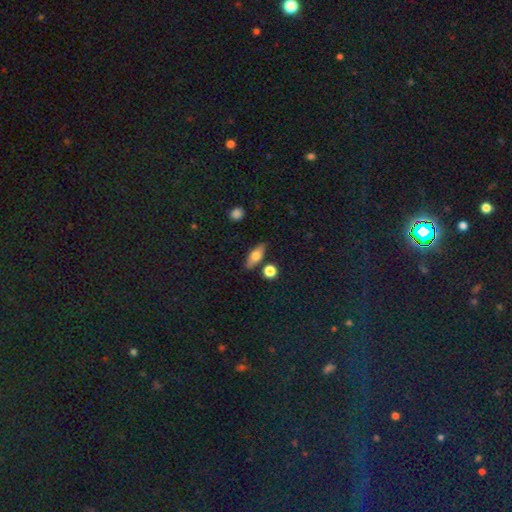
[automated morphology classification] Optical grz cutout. It shows a smooth galaxy with no disk features (66%) that is in between round and cigar-shaped (70%). Merging: none (81%).